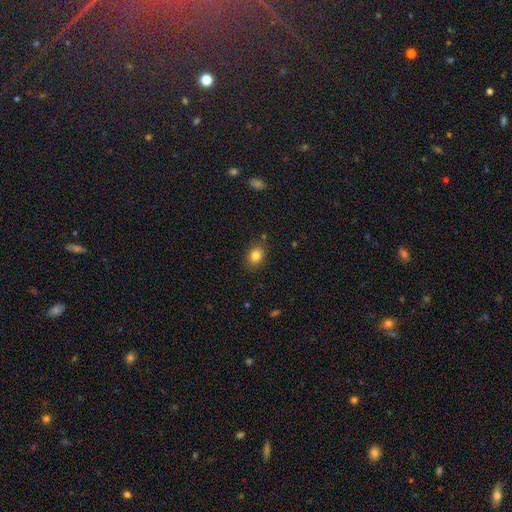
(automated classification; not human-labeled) smooth_or_featured: smooth (p=0.82) [alt: star or artifact p=0.11]
how_rounded: in between (p=0.51) [alt: round p=0.48]
merging: none (p=0.83) [alt: minor disturbance p=0.12]